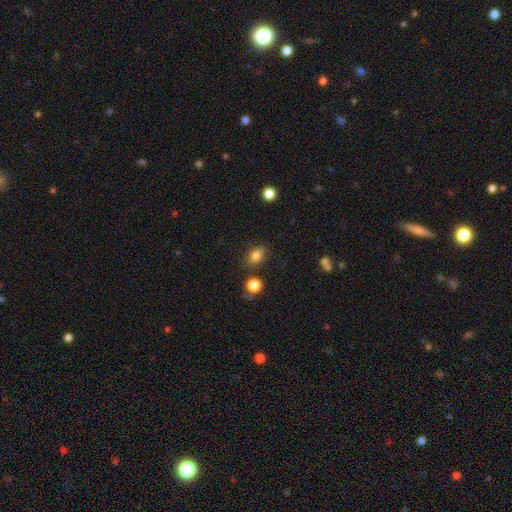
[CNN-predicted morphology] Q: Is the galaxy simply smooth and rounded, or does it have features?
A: smooth — 81%.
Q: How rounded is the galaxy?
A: in between — 77%.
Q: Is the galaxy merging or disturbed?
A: none — 82%.